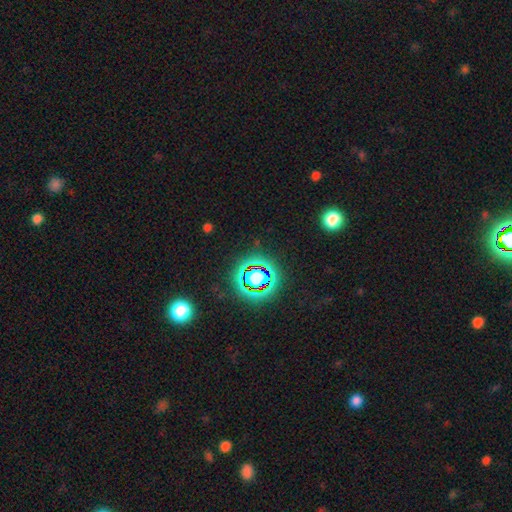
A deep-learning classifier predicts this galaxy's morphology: smooth_or_featured: star or artifact (p=0.77) [alt: smooth p=0.15]